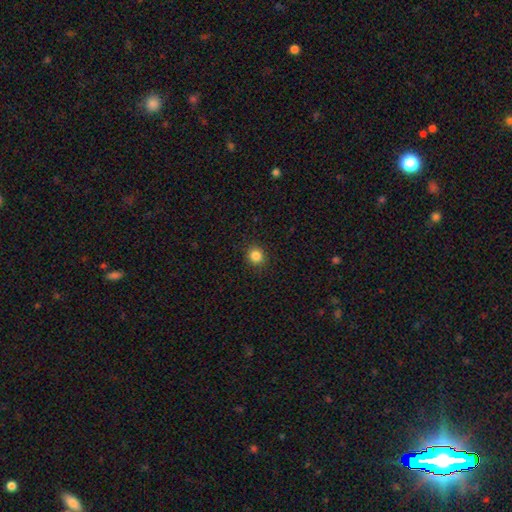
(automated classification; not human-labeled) smooth 85%, star or artifact 11%, featured or disk 4%. Down the decision tree: how rounded — round (86%); merging — none (91%).